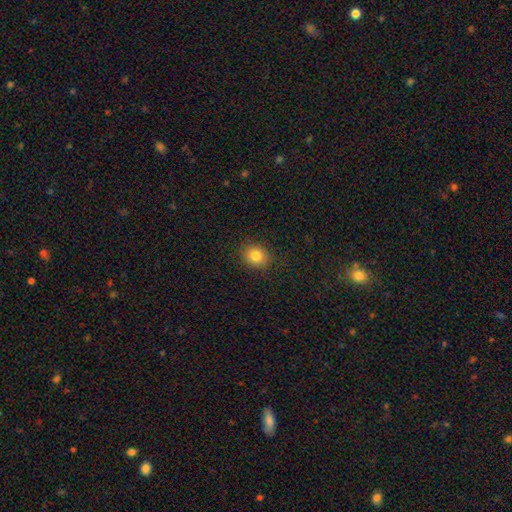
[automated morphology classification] A smooth galaxy with no disk features (82%) that is round (71%). Merging: none (88%).